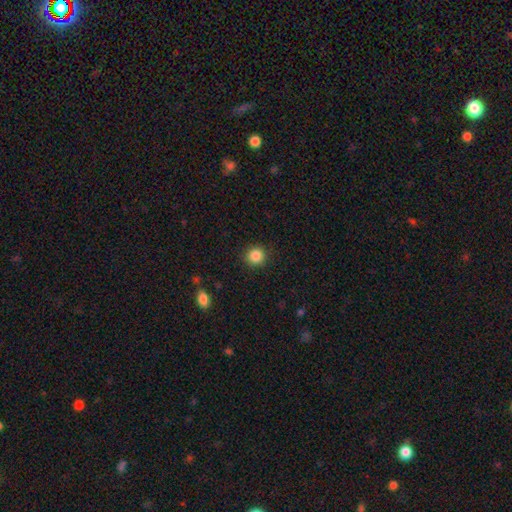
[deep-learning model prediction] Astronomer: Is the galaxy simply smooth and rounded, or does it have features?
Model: smooth — 86%.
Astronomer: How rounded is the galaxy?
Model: round — 93%.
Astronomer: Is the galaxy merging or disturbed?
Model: none — 91%.